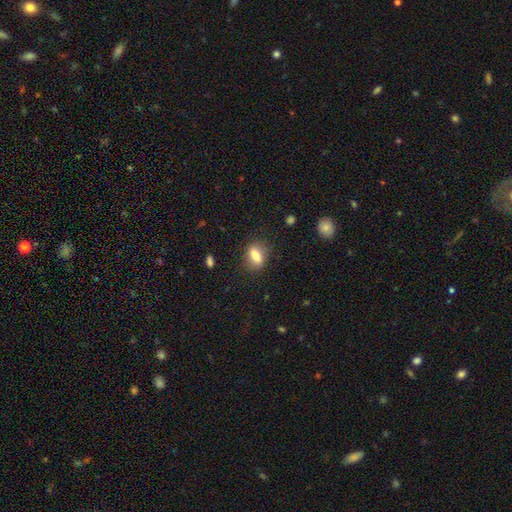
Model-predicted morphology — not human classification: smooth-or-featured: smooth: 76% | featured or disk: 16% | star or artifact: 9%
  how-rounded: in between: 71% | cigar-shaped: 16% | round: 14%
  merging: none: 80% | minor disturbance: 13% | major disturbance: 5% | merger: 2%